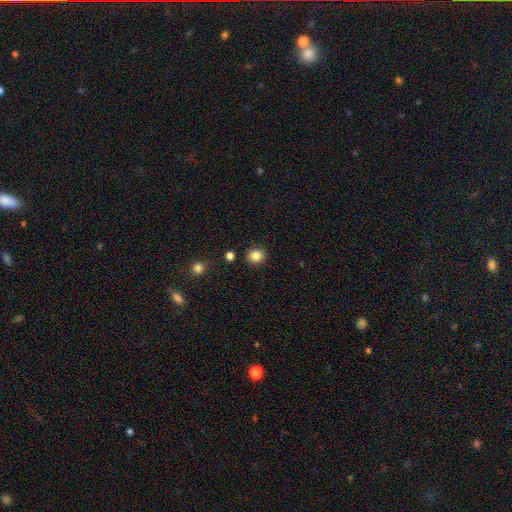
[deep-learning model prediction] Smooth or featured? Predicted: smooth (p=0.84). How rounded? Predicted: round (p=0.77). Merging? Predicted: none (p=0.88).